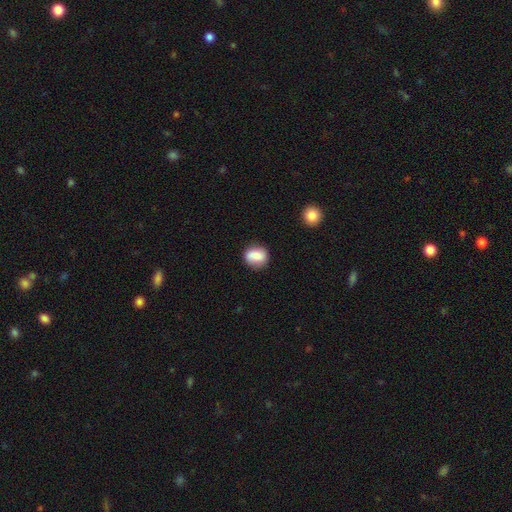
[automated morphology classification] Q: Smooth or featured?
A: smooth (84%); runner-up: star or artifact (8%)
Q: How rounded?
A: round (58%); runner-up: in between (41%)
Q: Merging?
A: none (77%); runner-up: minor disturbance (17%)